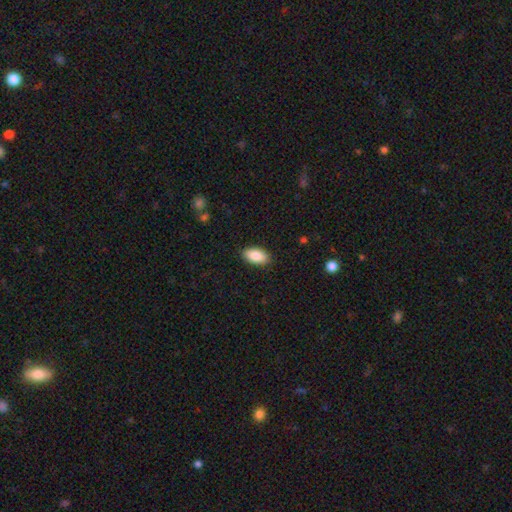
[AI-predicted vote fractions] smooth-or-featured: smooth: 88% | star or artifact: 7% | featured or disk: 6%
  how-rounded: in between: 94% | round: 3% | cigar-shaped: 3%
  merging: none: 89% | minor disturbance: 8% | major disturbance: 2% | merger: 1%